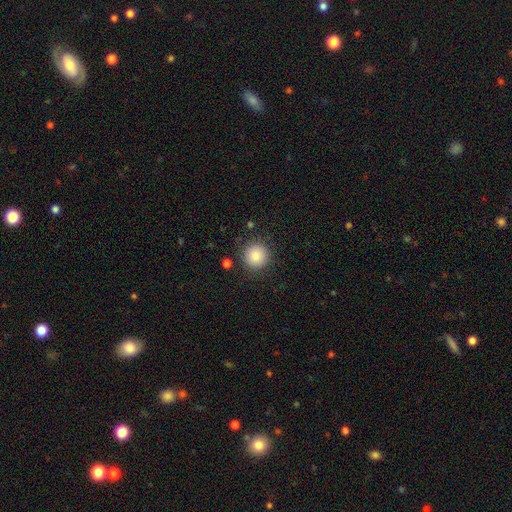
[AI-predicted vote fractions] smooth 85%, star or artifact 9%, featured or disk 6%. Down the decision tree: how rounded — round (95%); merging — none (88%).